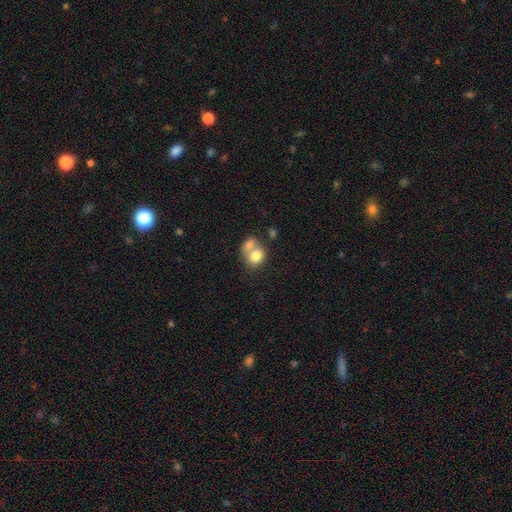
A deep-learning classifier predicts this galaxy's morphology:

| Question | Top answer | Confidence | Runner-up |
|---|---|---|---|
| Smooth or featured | smooth | 76% | featured or disk (15%) |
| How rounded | in between | 51% | round (48%) |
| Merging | merger | 62% | none (26%) |